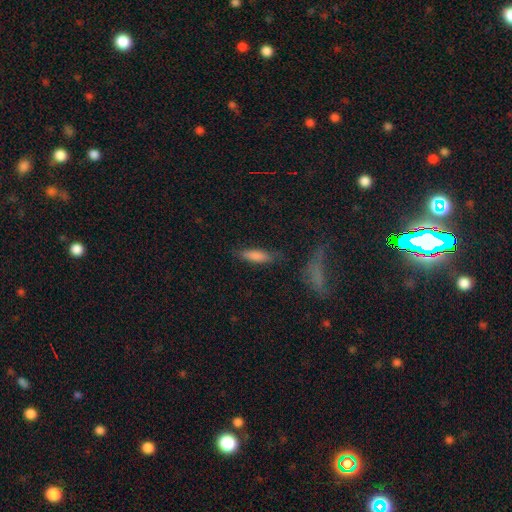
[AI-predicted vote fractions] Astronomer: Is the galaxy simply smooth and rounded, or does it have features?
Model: smooth — 63%.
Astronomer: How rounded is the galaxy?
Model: cigar-shaped — 68%.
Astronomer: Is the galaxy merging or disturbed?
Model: none — 72%.